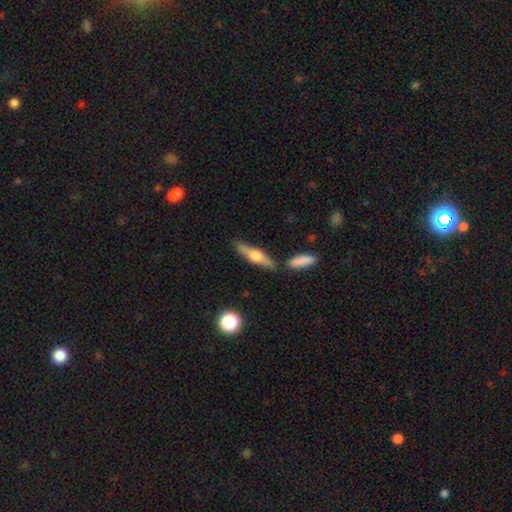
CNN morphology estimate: Smooth or featured? featured or disk (55%)
Edge-on disk? yes (92%)
Edge-on bulge? rounded (89%)
Merging? none (76%)